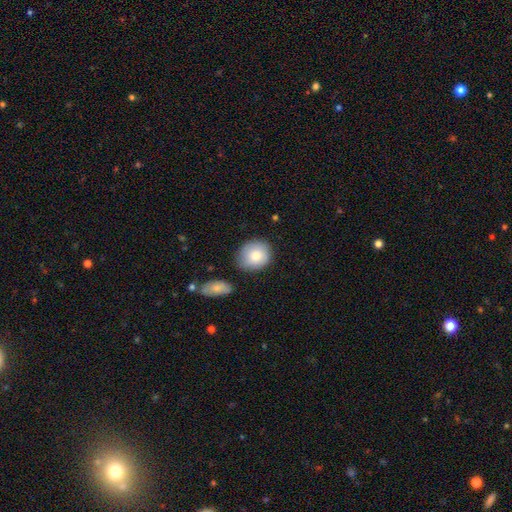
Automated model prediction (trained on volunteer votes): smooth_or_featured: smooth (p=0.82) [alt: featured or disk p=0.11]
how_rounded: round (p=0.76) [alt: in between p=0.23]
merging: none (p=0.77) [alt: minor disturbance p=0.15]